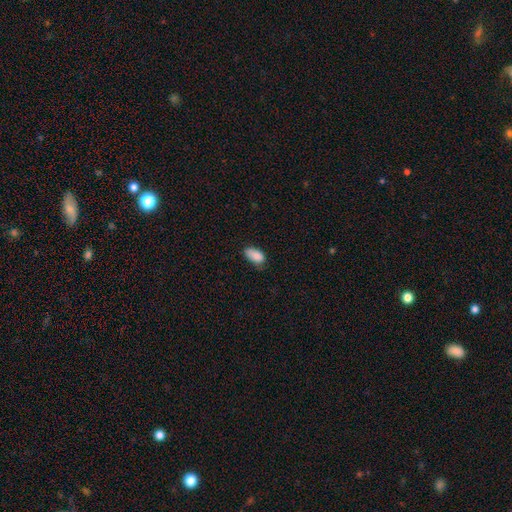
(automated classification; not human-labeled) This appears to be a smooth galaxy with no disk features (86%) that is in between round and cigar-shaped (93%). Merging: none (58%).